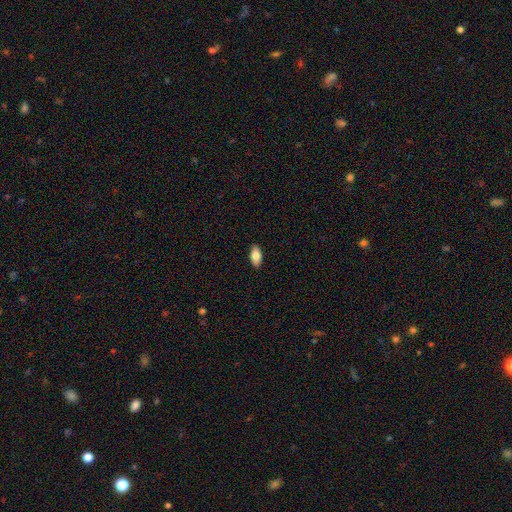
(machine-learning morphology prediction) smooth-or-featured: smooth: 83% | featured or disk: 11% | star or artifact: 6%
  how-rounded: in between: 87% | cigar-shaped: 10% | round: 2%
  merging: none: 89% | minor disturbance: 8% | major disturbance: 2% | merger: 1%